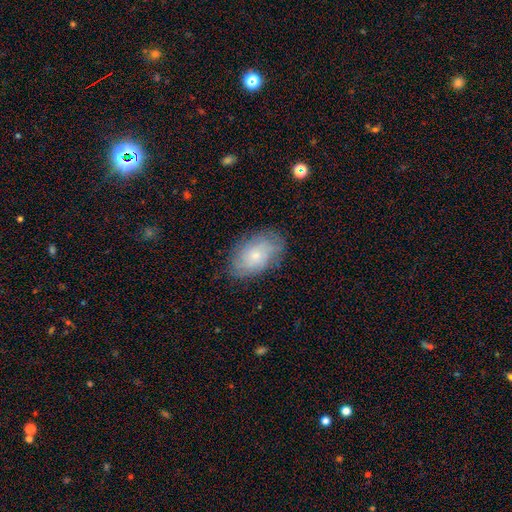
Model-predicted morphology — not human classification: Smooth or featured: smooth — 53% (featured or disk — 39%)
How rounded: in between — 90% (round — 8%)
Merging: none — 76% (minor disturbance — 18%)